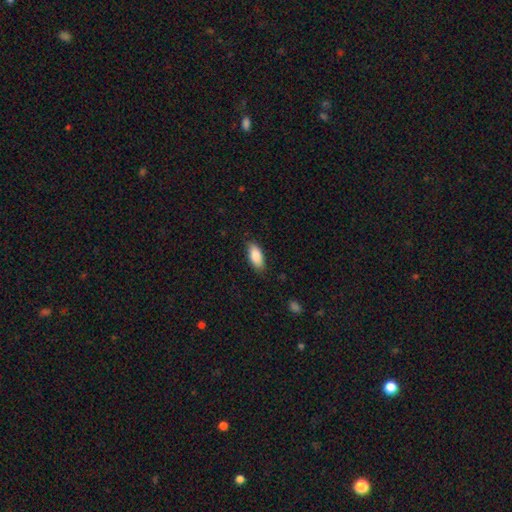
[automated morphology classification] Smooth or featured?
  - smooth: 87% *
  - featured or disk: 6%
  - star or artifact: 6%
How rounded?
  - in between: 86% *
  - cigar-shaped: 12%
  - round: 2%
Merging?
  - none: 85% *
  - minor disturbance: 12%
  - major disturbance: 2%
  - merger: 1%